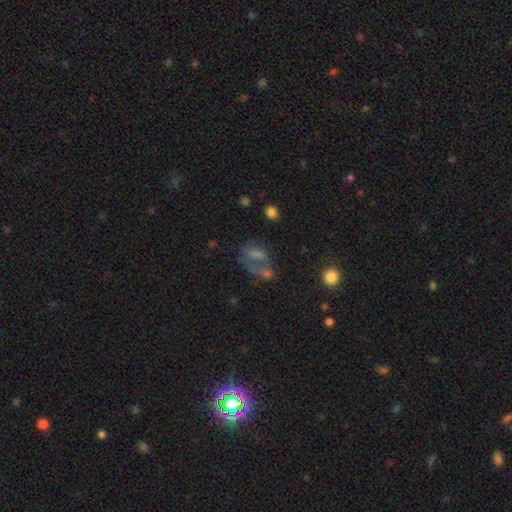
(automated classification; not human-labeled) The model was most divided on "merging": major disturbance: 33%, none: 27%, merger: 25%, minor disturbance: 15%. Remaining: smooth or featured — smooth (49%).